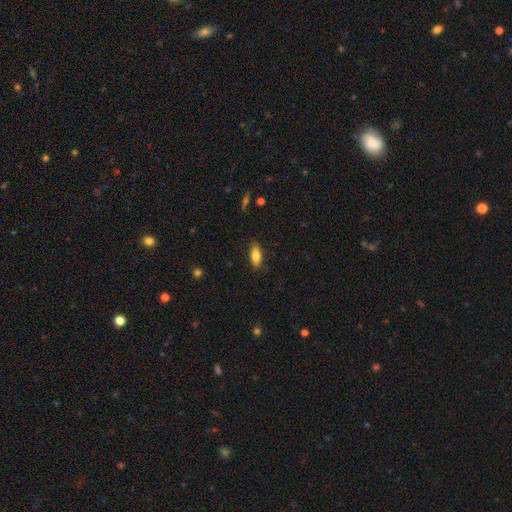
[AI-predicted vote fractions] smooth_or_featured: smooth (p=0.81) [alt: featured or disk p=0.11]
how_rounded: in between (p=0.81) [alt: cigar-shaped p=0.17]
merging: none (p=0.83) [alt: minor disturbance p=0.13]